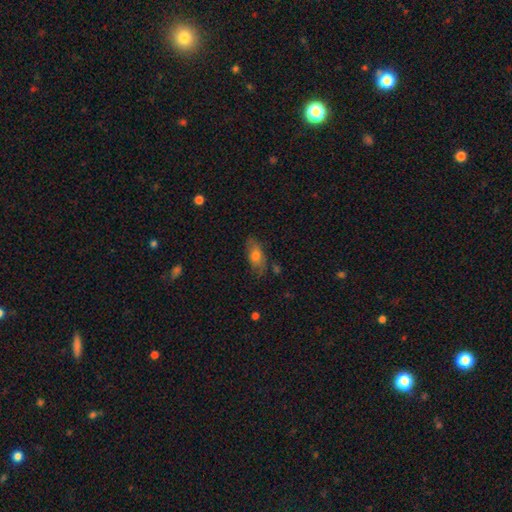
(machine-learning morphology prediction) The model was most divided on "smooth or featured": smooth: 70%, featured or disk: 22%, star or artifact: 8%. More confident: how rounded — in between (84%); merging — none (70%).